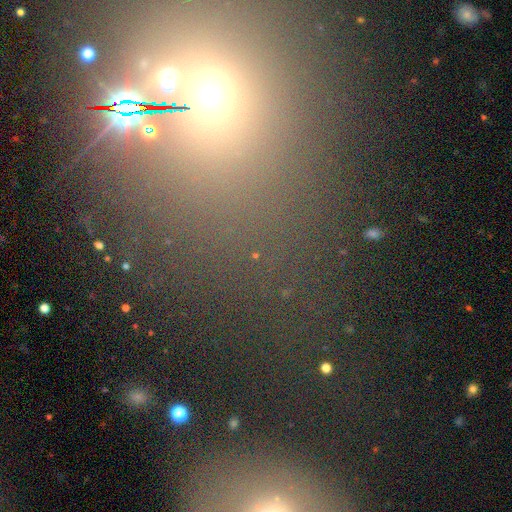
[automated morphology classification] Q: Smooth or featured?
A: star or artifact (63%); runner-up: smooth (27%)